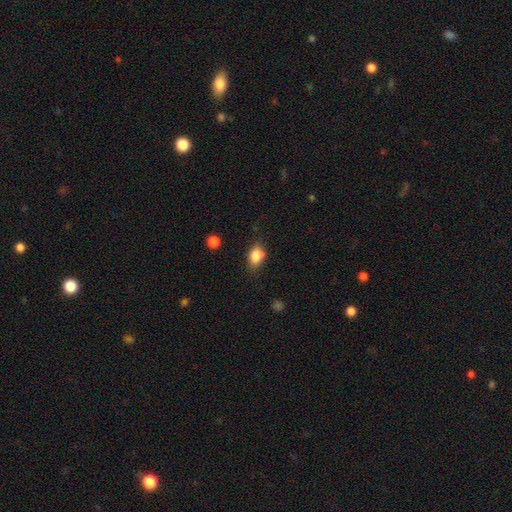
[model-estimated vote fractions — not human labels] A smooth galaxy with no disk features (81%) that is in between round and cigar-shaped (77%).

Vote fractions:
- Smooth or featured? smooth: 81% / featured or disk: 10% / star or artifact: 9%
- How rounded? in between: 77% / round: 21% / cigar-shaped: 2%
- Merging? none: 62% / minor disturbance: 27% / major disturbance: 6% / merger: 4%